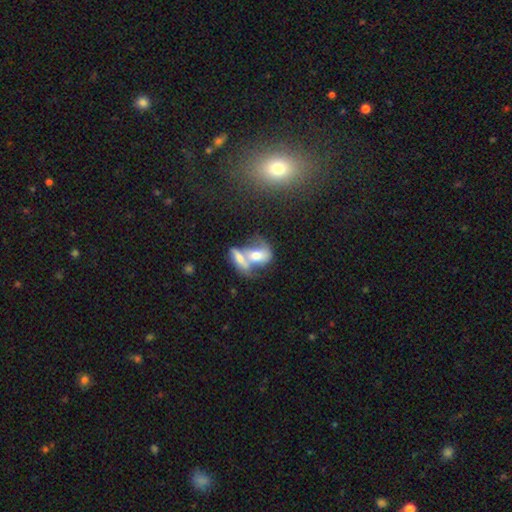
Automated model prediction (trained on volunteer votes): Smooth or featured?
  - smooth: 51% *
  - featured or disk: 40%
  - star or artifact: 9%
How rounded?
  - in between: 79% *
  - round: 14%
  - cigar-shaped: 7%
Merging?
  - merger: 73% *
  - none: 13%
  - major disturbance: 7%
  - minor disturbance: 7%